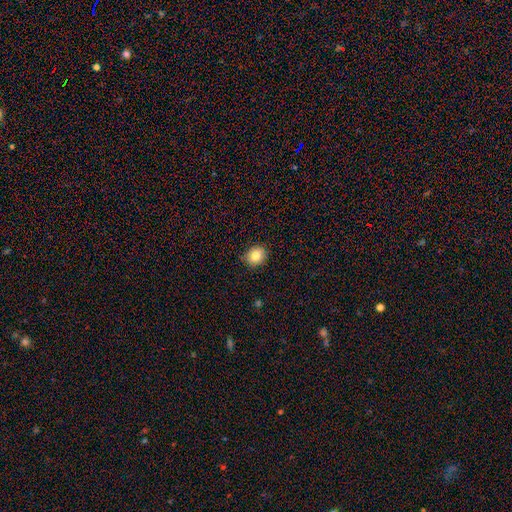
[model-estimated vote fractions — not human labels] Q: Smooth or featured?
A: smooth (83%); runner-up: star or artifact (10%)
Q: How rounded?
A: round (69%); runner-up: in between (30%)
Q: Merging?
A: none (88%); runner-up: minor disturbance (10%)